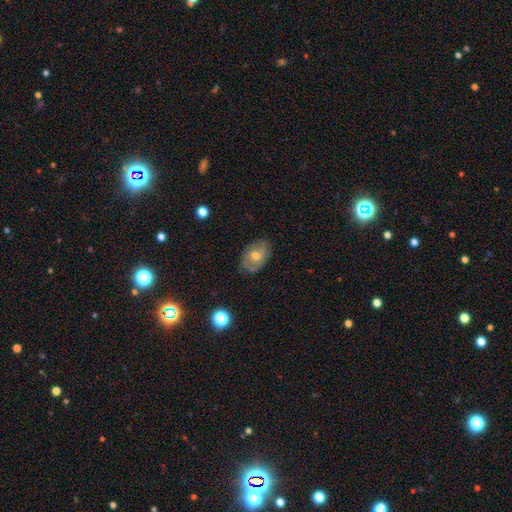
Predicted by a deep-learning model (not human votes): Smooth or featured? featured or disk (52%)
Edge-on disk? no (94%)
Merging? none (77%)